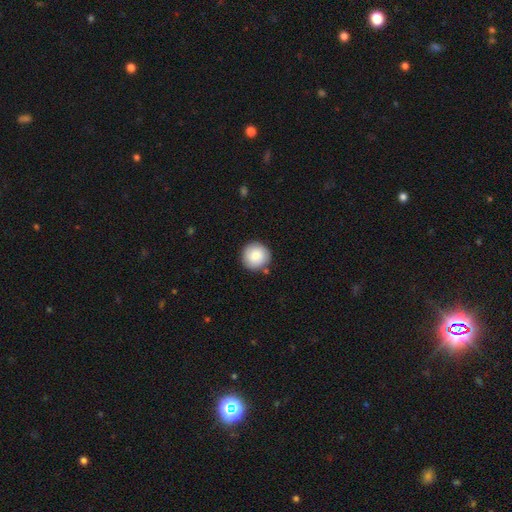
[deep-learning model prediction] This appears to be a smooth galaxy with no disk features (85%) that is round (95%). Merging: none (87%).